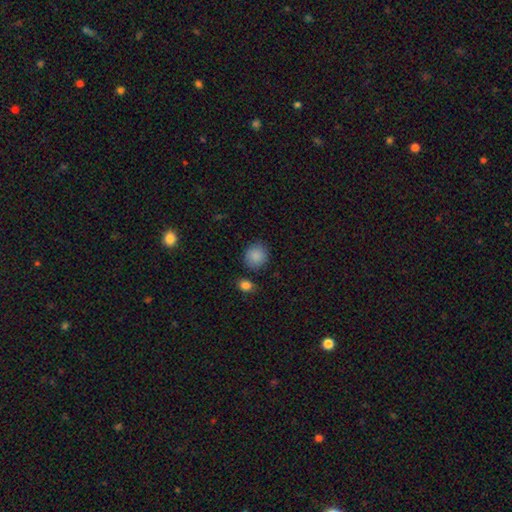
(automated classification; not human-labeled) Smooth or featured: smooth — 88% (star or artifact — 8%)
How rounded: round — 86% (in between — 13%)
Merging: none — 82% (minor disturbance — 11%)